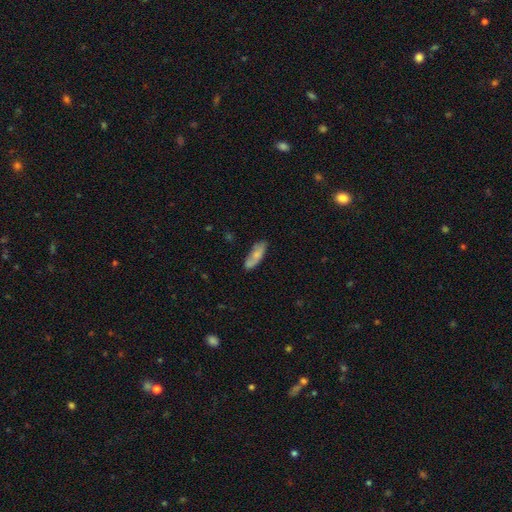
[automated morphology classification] type=smooth (71%); roundness=in between (65%); merging=none (73%).